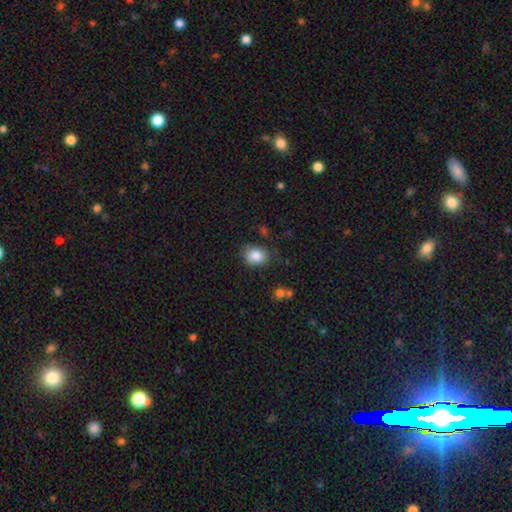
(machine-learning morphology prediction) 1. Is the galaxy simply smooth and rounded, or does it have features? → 85% smooth, 9% star or artifact, 6% featured or disk.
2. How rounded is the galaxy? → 51% round, 48% in between, 1% cigar-shaped.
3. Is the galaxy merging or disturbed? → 73% none, 20% minor disturbance, 5% major disturbance, 3% merger.